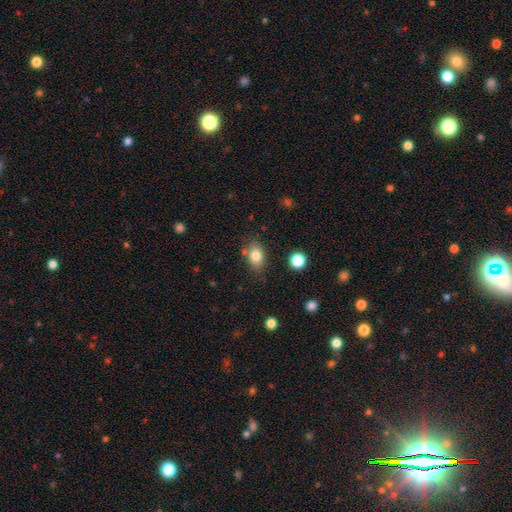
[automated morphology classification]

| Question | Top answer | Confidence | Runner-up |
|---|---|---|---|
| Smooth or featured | smooth | 81% | star or artifact (10%) |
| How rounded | in between | 72% | round (27%) |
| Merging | none | 76% | minor disturbance (15%) |